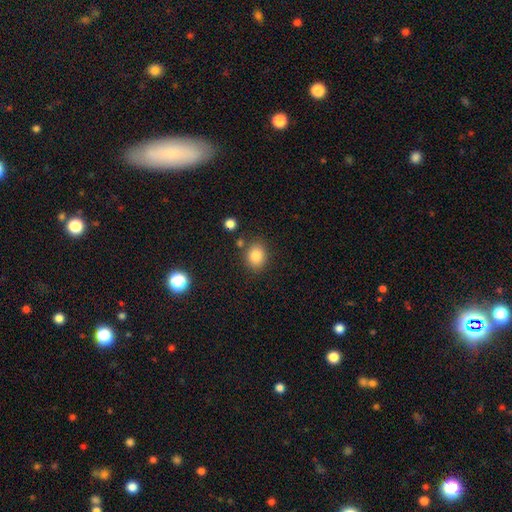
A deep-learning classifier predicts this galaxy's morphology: Smooth or featured? smooth (84%)
How rounded? round (53%)
Merging? none (79%)